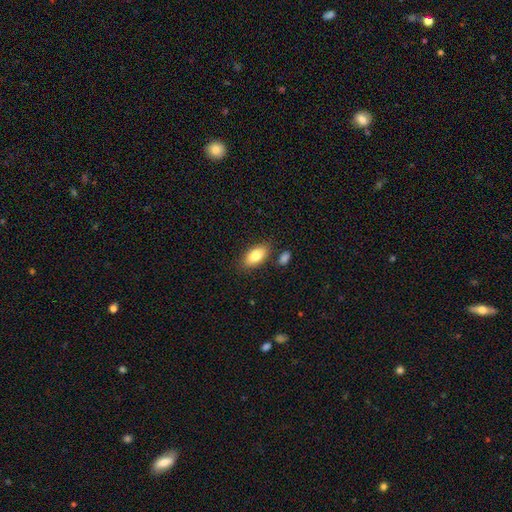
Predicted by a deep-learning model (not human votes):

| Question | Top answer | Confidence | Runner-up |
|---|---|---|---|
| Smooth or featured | smooth | 81% | featured or disk (12%) |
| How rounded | in between | 91% | cigar-shaped (5%) |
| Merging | none | 81% | minor disturbance (11%) |